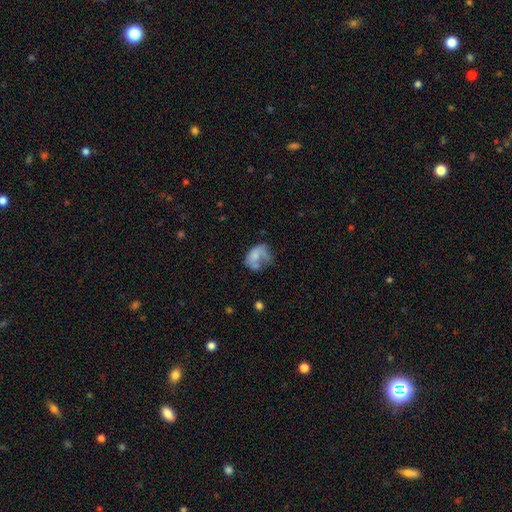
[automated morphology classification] Q: Smooth or featured?
A: smooth (55%); runner-up: featured or disk (35%)
Q: How rounded?
A: in between (71%); runner-up: round (27%)
Q: Merging?
A: major disturbance (40%); runner-up: none (25%)